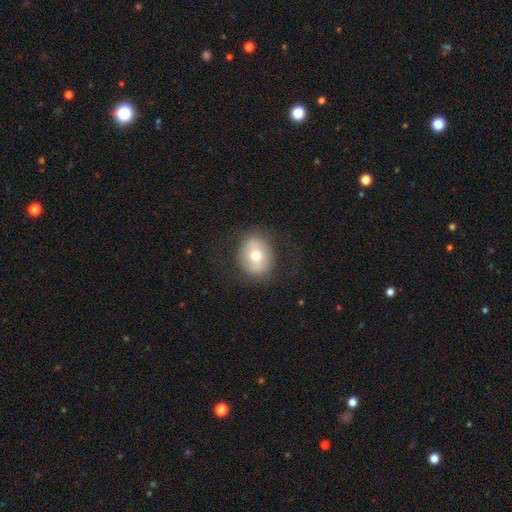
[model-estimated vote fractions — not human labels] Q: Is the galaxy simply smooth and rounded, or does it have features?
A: smooth — 60%.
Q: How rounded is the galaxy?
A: round — 60%.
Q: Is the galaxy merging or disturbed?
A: none — 80%.